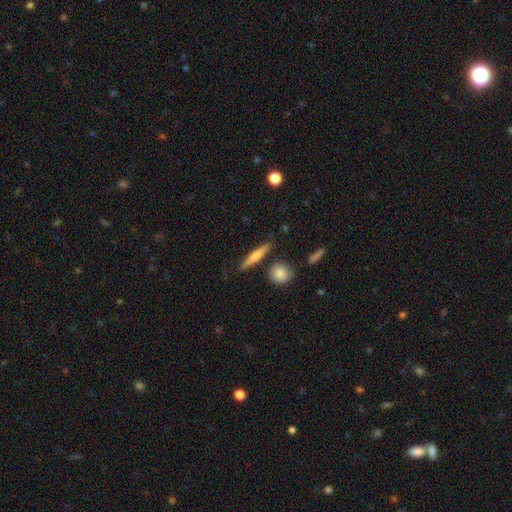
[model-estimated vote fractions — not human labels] The model was most divided on "smooth or featured": smooth: 62%, featured or disk: 32%, star or artifact: 6%. More confident: how rounded — cigar-shaped (85%); merging — none (84%).